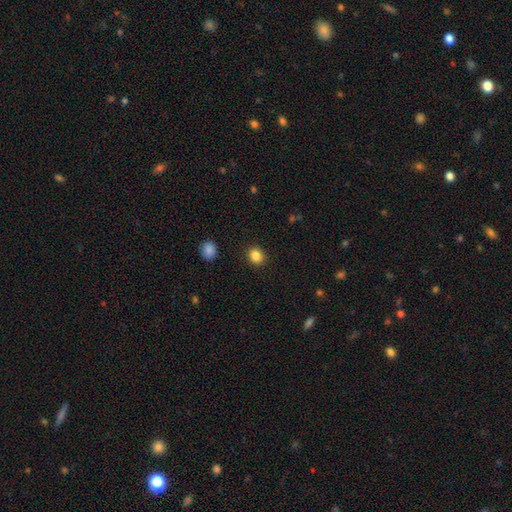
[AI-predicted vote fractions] Smooth or featured: smooth — 86% (star or artifact — 10%)
How rounded: round — 68% (in between — 31%)
Merging: none — 90% (minor disturbance — 6%)